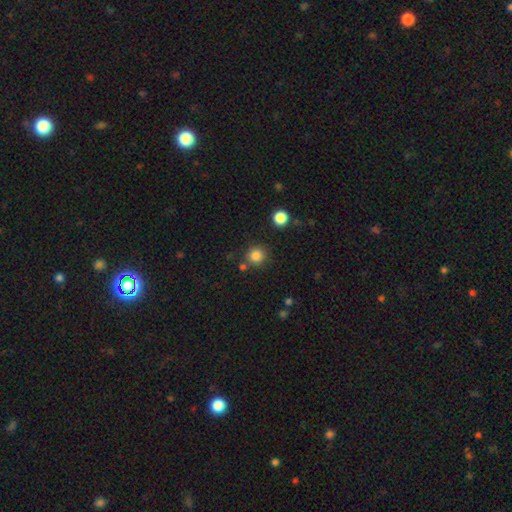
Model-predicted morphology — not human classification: smooth-or-featured: smooth: 84% | star or artifact: 12% | featured or disk: 5%
  how-rounded: round: 91% | in between: 8% | cigar-shaped: 1%
  merging: none: 82% | minor disturbance: 8% | merger: 7% | major disturbance: 3%